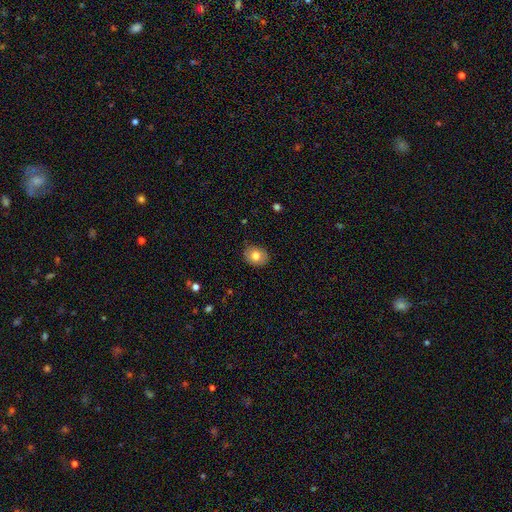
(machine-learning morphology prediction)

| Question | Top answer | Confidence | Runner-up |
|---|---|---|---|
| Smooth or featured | smooth | 78% | featured or disk (14%) |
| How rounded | in between | 55% | round (44%) |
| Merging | none | 84% | minor disturbance (12%) |